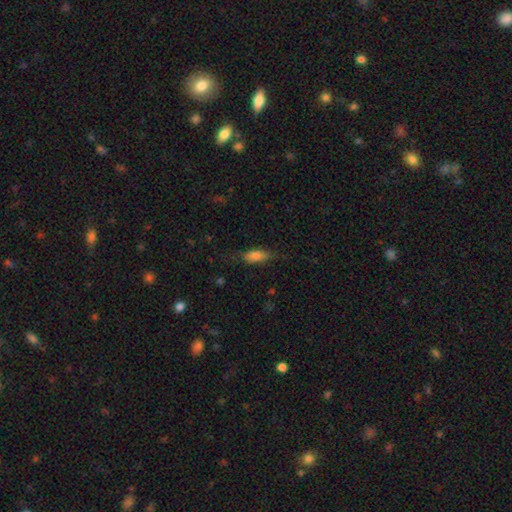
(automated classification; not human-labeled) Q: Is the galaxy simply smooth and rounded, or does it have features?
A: smooth — 77%.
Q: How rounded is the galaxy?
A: in between — 68%.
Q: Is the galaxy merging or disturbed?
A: none — 66%.